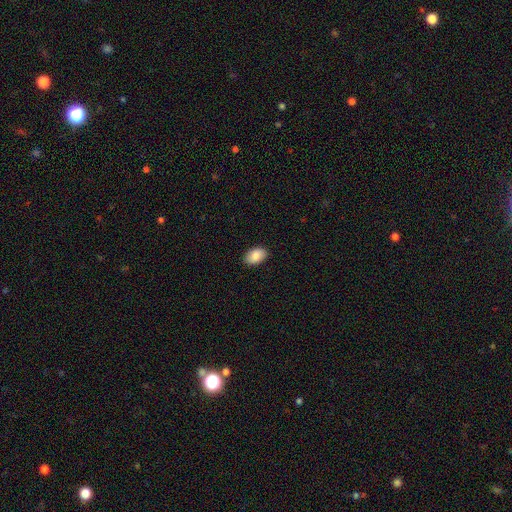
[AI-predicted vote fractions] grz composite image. It shows a smooth galaxy with no disk features (86%) that is in between round and cigar-shaped (91%). Merging: none (88%).